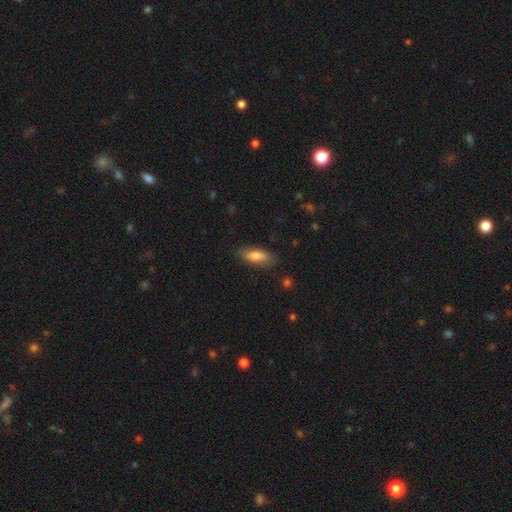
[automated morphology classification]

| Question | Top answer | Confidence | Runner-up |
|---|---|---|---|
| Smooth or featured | smooth | 77% | featured or disk (16%) |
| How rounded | in between | 69% | cigar-shaped (29%) |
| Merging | none | 80% | minor disturbance (15%) |